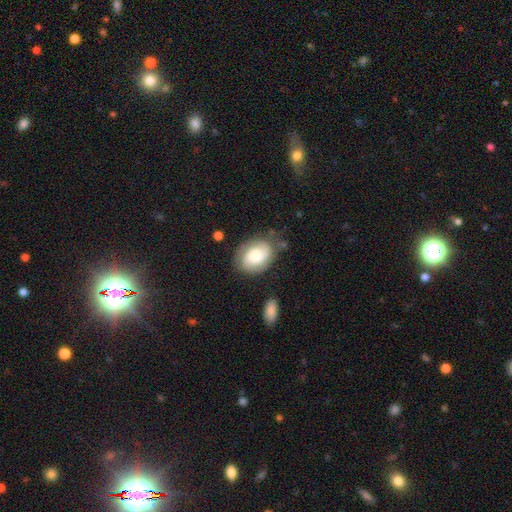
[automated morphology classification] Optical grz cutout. It shows a smooth galaxy with no disk features (51%) that is in between round and cigar-shaped (68%). Merging: none (68%).